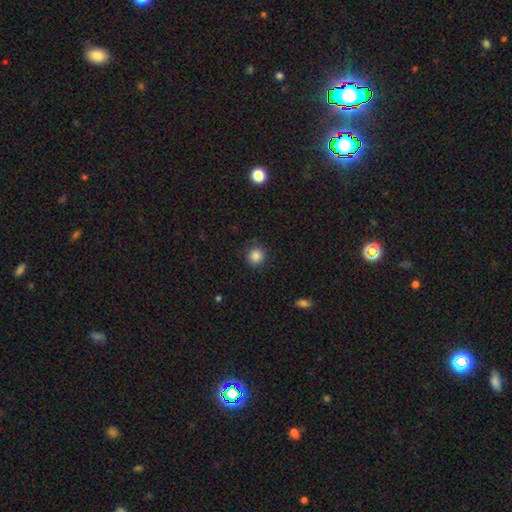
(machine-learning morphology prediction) Overall: smooth (86%). How rounded: round (93%). Merging: none (88%).